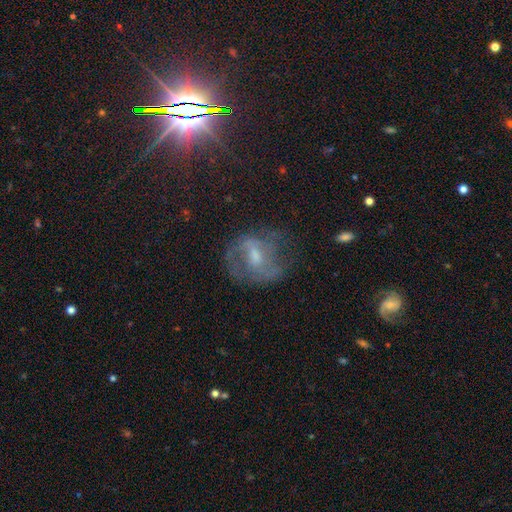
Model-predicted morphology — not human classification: Smooth or featured?
  - featured or disk: 64% *
  - smooth: 23%
  - star or artifact: 13%
Edge-on disk?
  - no: 96% *
  - yes: 4%
Bar?
  - weak: 50% *
  - no: 34%
  - strong: 16%
Spiral arms?
  - yes: 70% *
  - no: 30%
Bulge size?
  - moderate: 44% *
  - small: 37%
  - none: 13%
  - large: 5%
  - dominant: 1%
Merging?
  - none: 53% *
  - minor disturbance: 23%
  - major disturbance: 22%
  - merger: 2%